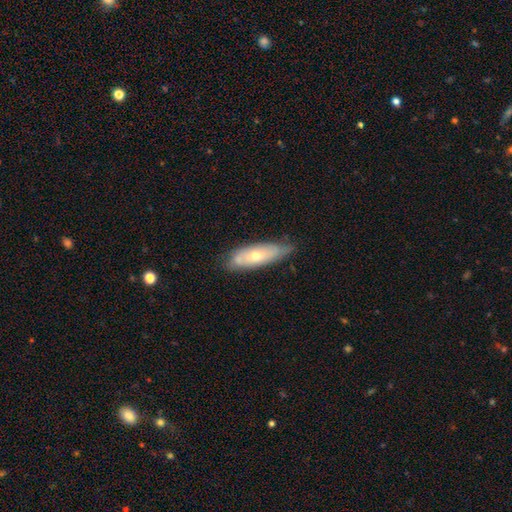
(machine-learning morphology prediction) smooth_or_featured: smooth (p=0.49) [alt: featured or disk p=0.44]
merging: none (p=0.65) [alt: minor disturbance p=0.27]